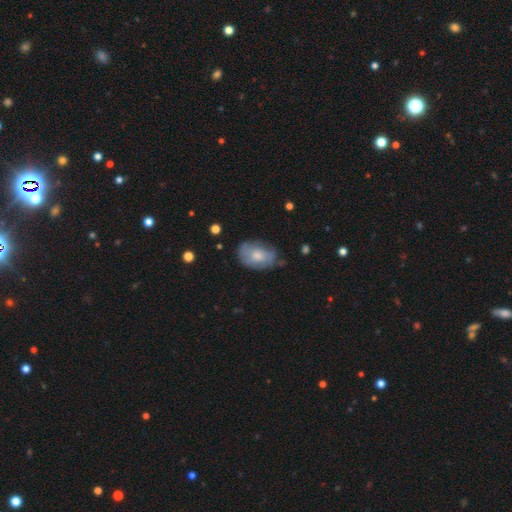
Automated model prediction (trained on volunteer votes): smooth 60%, featured or disk 33%, star or artifact 7%. Down the decision tree: how rounded — in between (86%); merging — none (59%).